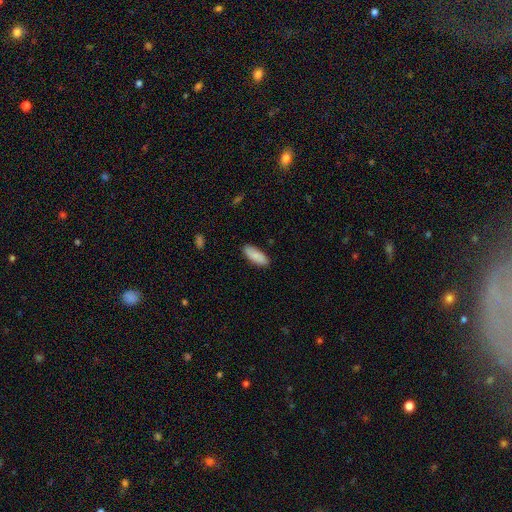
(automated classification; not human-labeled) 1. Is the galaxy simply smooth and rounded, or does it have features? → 87% smooth, 7% featured or disk, 6% star or artifact.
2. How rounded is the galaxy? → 74% in between, 24% cigar-shaped, 2% round.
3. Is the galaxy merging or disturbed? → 87% none, 10% minor disturbance, 2% major disturbance, 1% merger.